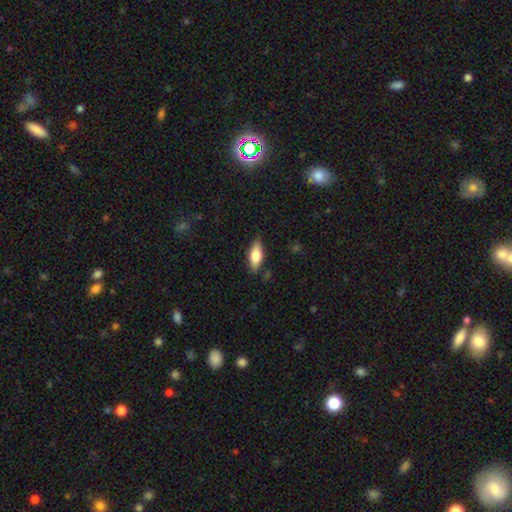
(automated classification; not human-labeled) Smooth or featured? smooth (73%)
How rounded? in between (77%)
Merging? none (83%)